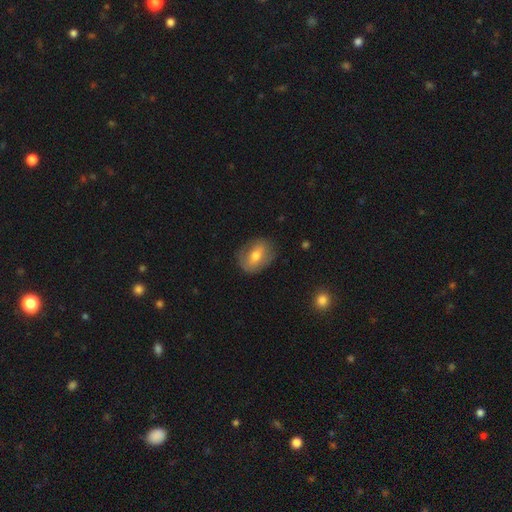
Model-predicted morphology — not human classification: Q: Smooth or featured?
A: smooth (57%); runner-up: featured or disk (36%)
Q: How rounded?
A: in between (62%); runner-up: round (36%)
Q: Merging?
A: none (76%); runner-up: minor disturbance (17%)